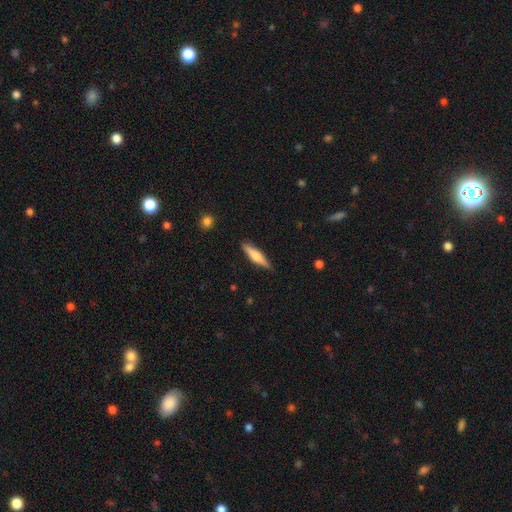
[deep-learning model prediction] smooth 49%, featured or disk 46%, star or artifact 6%. Down the decision tree: merging — none (88%).